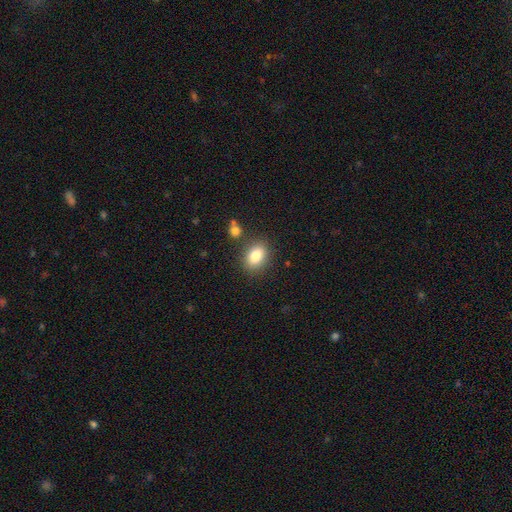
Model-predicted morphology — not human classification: smooth 83%, star or artifact 9%, featured or disk 8%. Down the decision tree: how rounded — in between (74%); merging — none (80%).